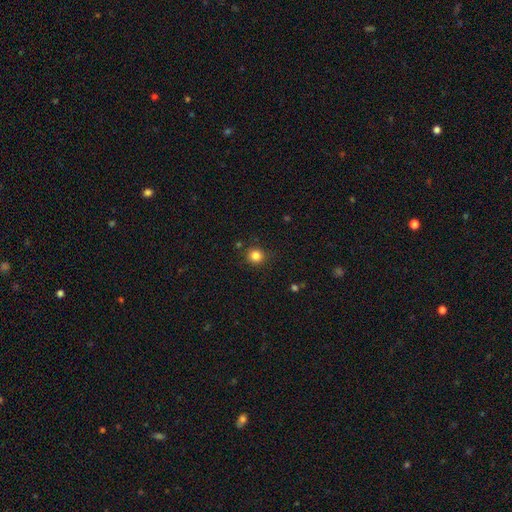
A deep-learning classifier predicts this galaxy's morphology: smooth_or_featured: smooth (p=0.83) [alt: star or artifact p=0.12]
how_rounded: round (p=0.91) [alt: in between p=0.08]
merging: none (p=0.87) [alt: minor disturbance p=0.09]